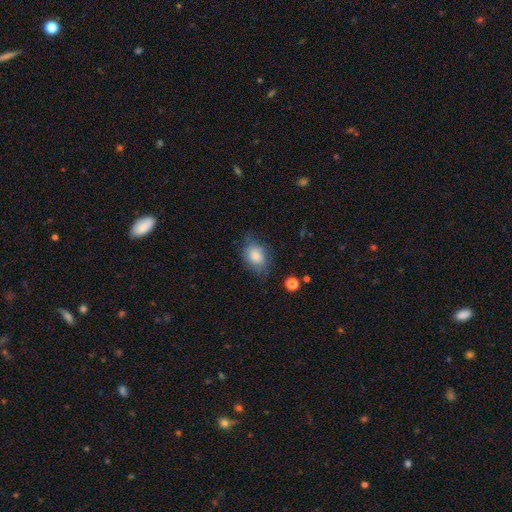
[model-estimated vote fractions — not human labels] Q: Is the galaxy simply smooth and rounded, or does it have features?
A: smooth — 80%.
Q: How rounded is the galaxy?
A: in between — 71%.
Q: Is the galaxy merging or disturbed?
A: none — 62%.